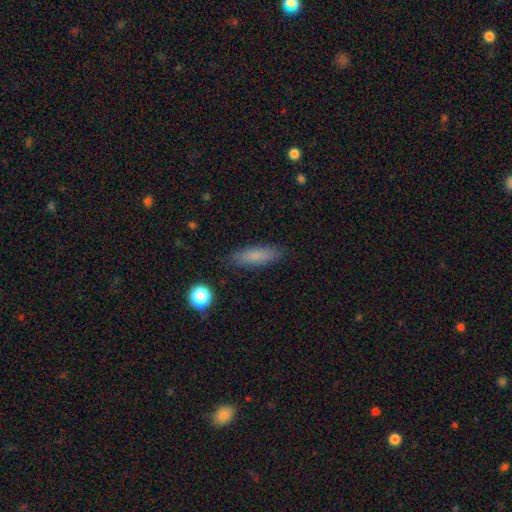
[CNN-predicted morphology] A smooth galaxy with no disk features (79%) that is cigar-shaped (60%). Merging: none (86%).